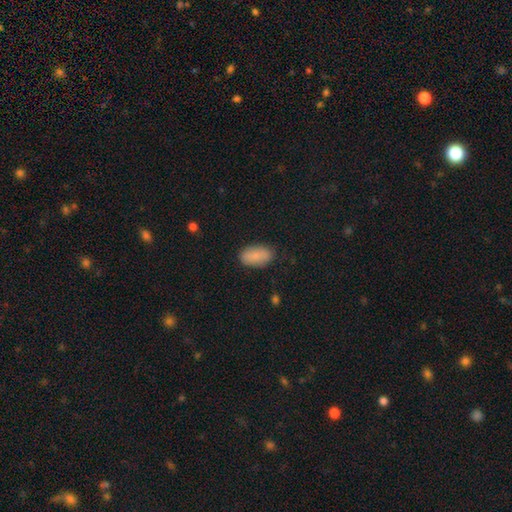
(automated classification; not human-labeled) Morphology: type=smooth (86%); roundness=in between (93%); merging=none (85%).